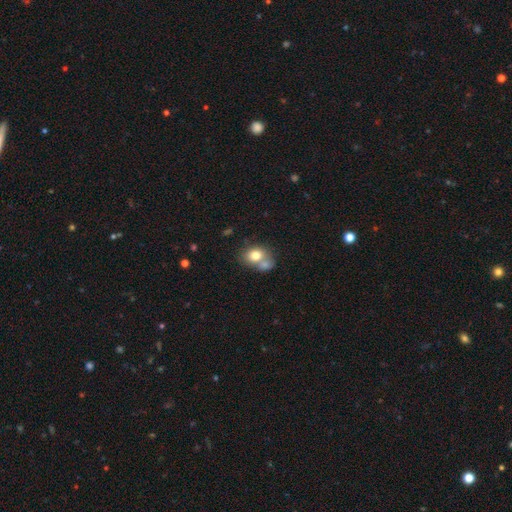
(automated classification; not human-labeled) Smooth or featured?
  - smooth: 76% *
  - featured or disk: 15%
  - star or artifact: 9%
How rounded?
  - round: 50% *
  - in between: 49%
  - cigar-shaped: 1%
Merging?
  - merger: 47% *
  - none: 36%
  - minor disturbance: 12%
  - major disturbance: 5%